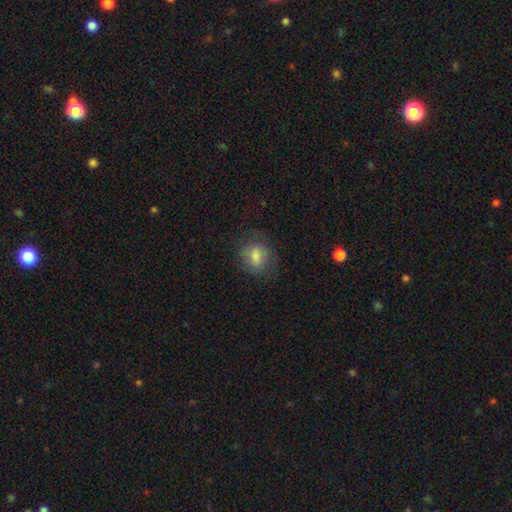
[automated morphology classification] This is likely a smooth galaxy (71%). How rounded: possibly in between (54%). Merging: likely none (71%).